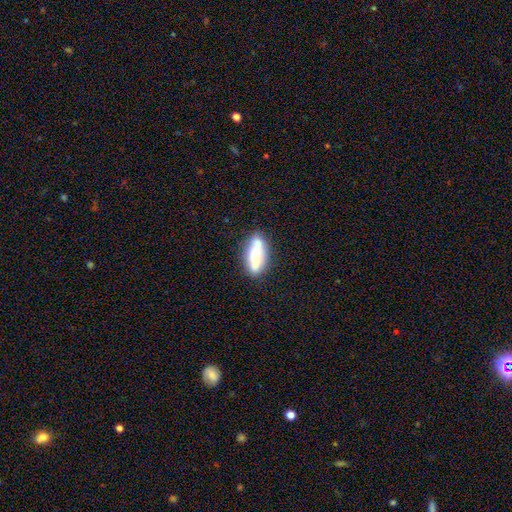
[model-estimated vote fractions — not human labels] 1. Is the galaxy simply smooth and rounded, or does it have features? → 58% smooth, 35% featured or disk, 7% star or artifact.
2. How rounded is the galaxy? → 66% in between, 31% cigar-shaped, 3% round.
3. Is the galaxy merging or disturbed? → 62% none, 19% minor disturbance, 13% merger, 6% major disturbance.